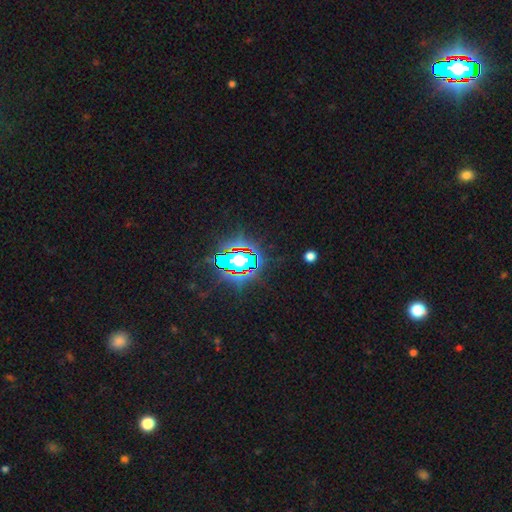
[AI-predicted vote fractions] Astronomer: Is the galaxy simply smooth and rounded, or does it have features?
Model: star or artifact — 82%.